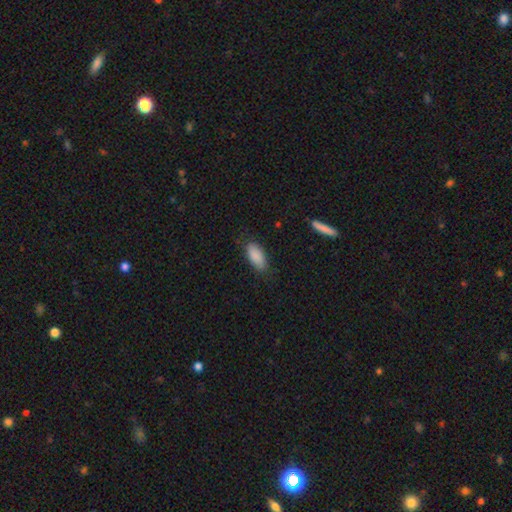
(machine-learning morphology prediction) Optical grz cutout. It shows a smooth galaxy with no disk features (87%) that is in between round and cigar-shaped (88%). Merging: none (78%).